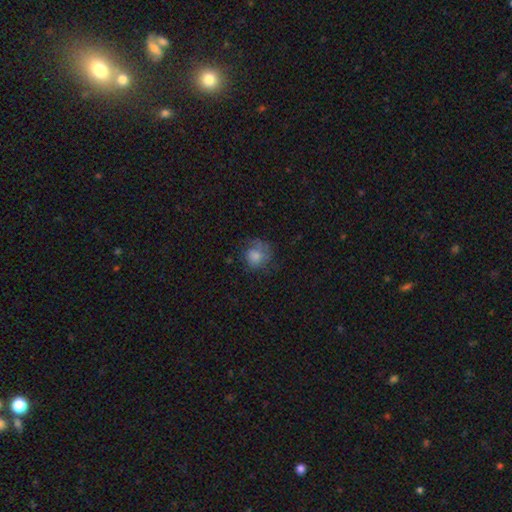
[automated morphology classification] type=smooth (68%); roundness=round (77%); merging=none (50%).